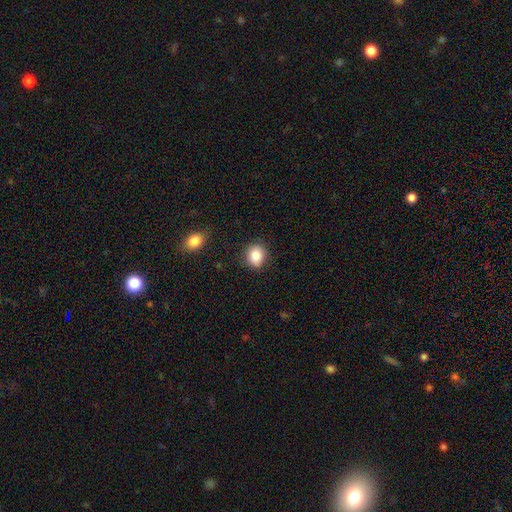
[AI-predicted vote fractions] Overall: smooth (87%). How rounded: round (66%; in between 33%). Merging: none (81%).